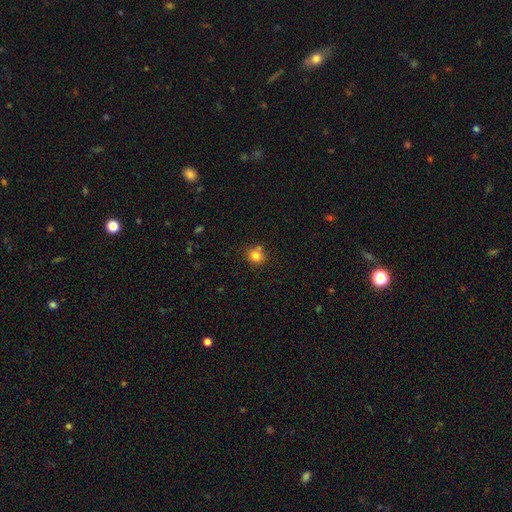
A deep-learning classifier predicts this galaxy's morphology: A smooth galaxy with no disk features (81%) that is round (79%).

Vote fractions:
- Smooth or featured? smooth: 81% / star or artifact: 12% / featured or disk: 8%
- How rounded? round: 79% / in between: 21% / cigar-shaped: 1%
- Merging? none: 72% / merger: 14% / minor disturbance: 11% / major disturbance: 3%